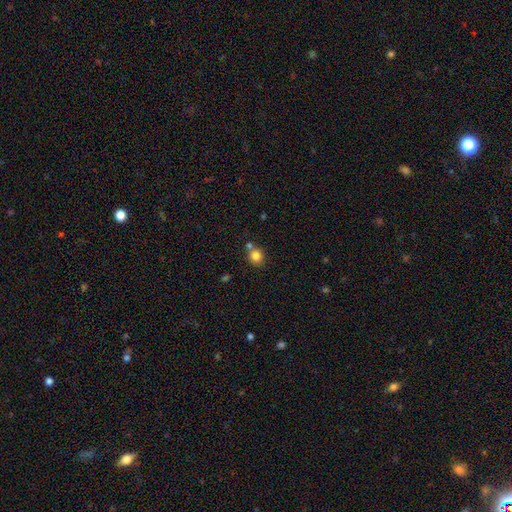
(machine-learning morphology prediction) smooth-or-featured: smooth: 82% | star or artifact: 11% | featured or disk: 6%
  how-rounded: round: 85% | in between: 14% | cigar-shaped: 1%
  merging: none: 67% | merger: 20% | minor disturbance: 10% | major disturbance: 3%